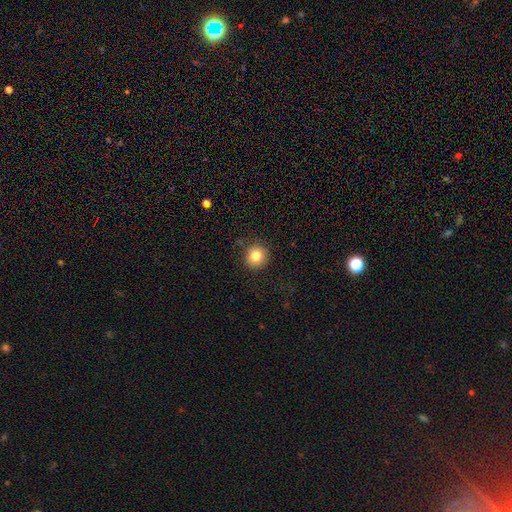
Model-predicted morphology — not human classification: A smooth galaxy with no disk features (83%) that is round (91%).

Vote fractions:
- Smooth or featured? smooth: 83% / star or artifact: 10% / featured or disk: 7%
- How rounded? round: 91% / in between: 8% / cigar-shaped: 1%
- Merging? none: 87% / minor disturbance: 9% / major disturbance: 3% / merger: 1%